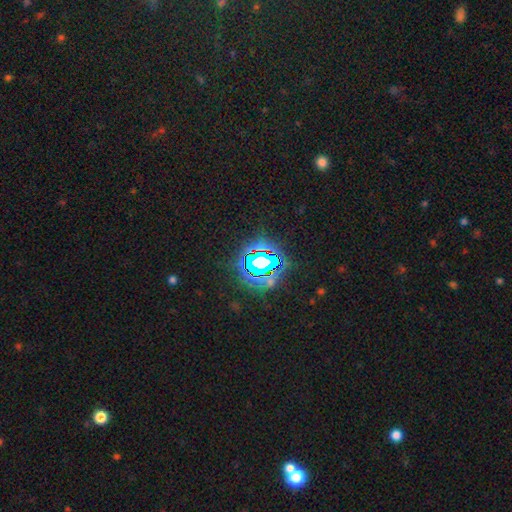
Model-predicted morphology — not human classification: smooth-or-featured: star or artifact: 77% | smooth: 13% | featured or disk: 10%